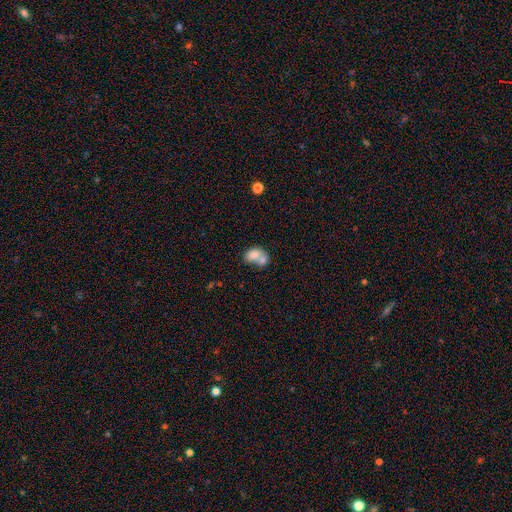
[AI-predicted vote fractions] Smooth or featured? smooth (76%)
How rounded? in between (80%)
Merging? merger (68%)